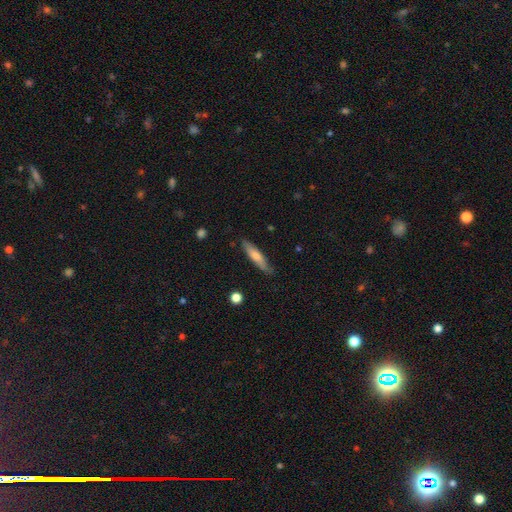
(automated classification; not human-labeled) Smooth or featured?
  - smooth: 64% *
  - featured or disk: 30%
  - star or artifact: 6%
How rounded?
  - cigar-shaped: 82% *
  - in between: 16%
  - round: 1%
Merging?
  - none: 80% *
  - minor disturbance: 16%
  - major disturbance: 3%
  - merger: 1%